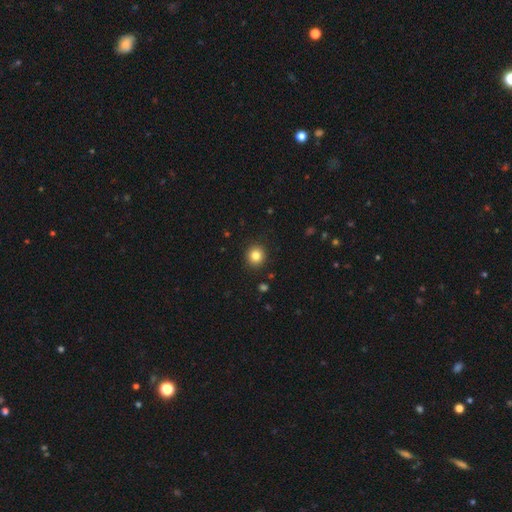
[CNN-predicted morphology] smooth 83%, star or artifact 11%, featured or disk 6%. Down the decision tree: how rounded — round (91%); merging — none (92%).